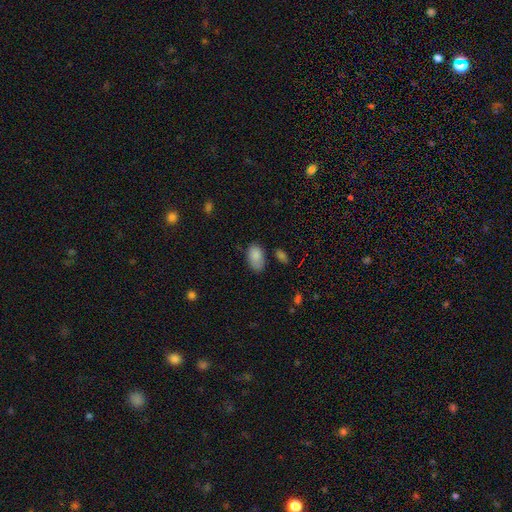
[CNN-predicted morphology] smooth-or-featured: smooth: 86% | star or artifact: 8% | featured or disk: 6%
  how-rounded: in between: 93% | round: 6% | cigar-shaped: 2%
  merging: none: 62% | minor disturbance: 26% | major disturbance: 6% | merger: 6%